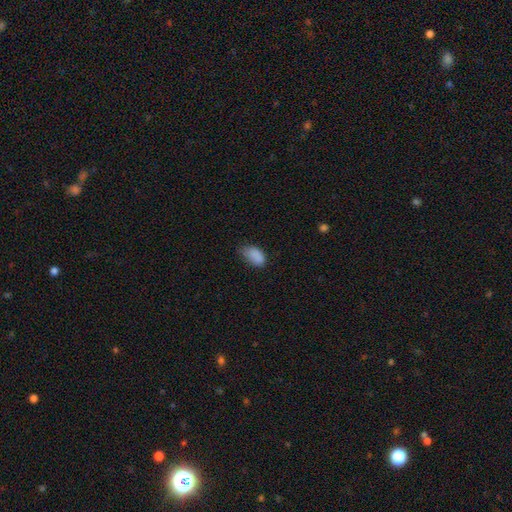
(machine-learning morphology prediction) smooth 86%, star or artifact 9%, featured or disk 5%. Down the decision tree: how rounded — in between (92%); merging — none (51%).